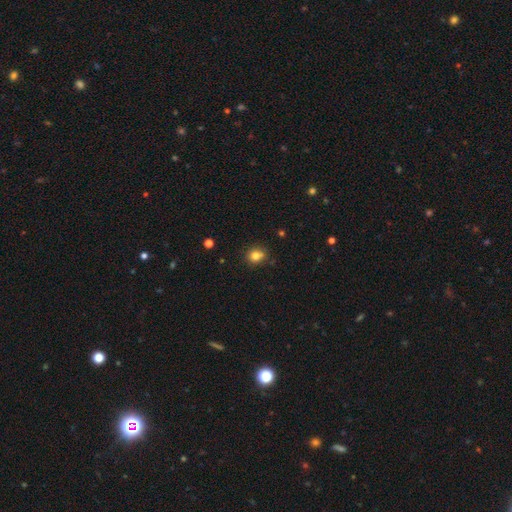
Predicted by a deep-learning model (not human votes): Smooth or featured: smooth — 79% (star or artifact — 13%)
How rounded: round — 75% (in between — 24%)
Merging: none — 69% (minor disturbance — 17%)